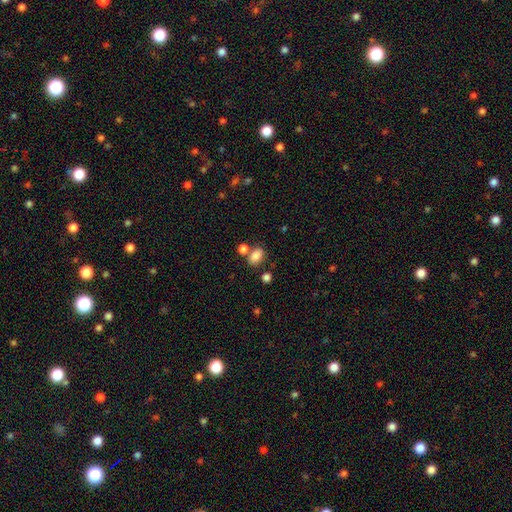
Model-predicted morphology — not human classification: type=smooth (84%); roundness=in between (81%); merging=none (60%).